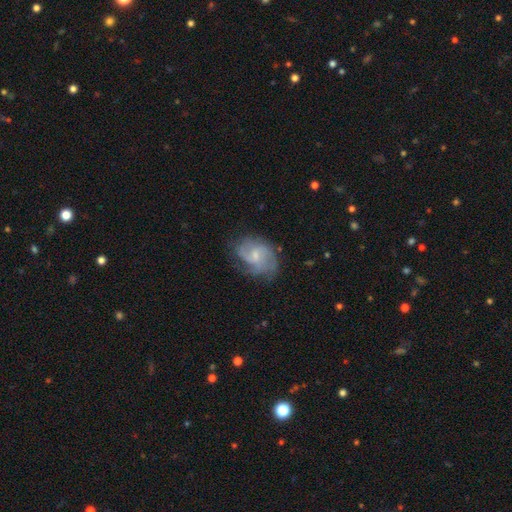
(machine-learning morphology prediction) Overall: featured or disk (69%). Edge-on disk: no (98%). Bar: no (51%; weak 44%). Spiral arms: yes (88%). Spiral arm count: 2 (32%; can't tell 31%). Spiral winding: medium (46%; tight 28%). Bulge size: small (62%; moderate 28%). Merging: none (59%; minor disturbance 26%).